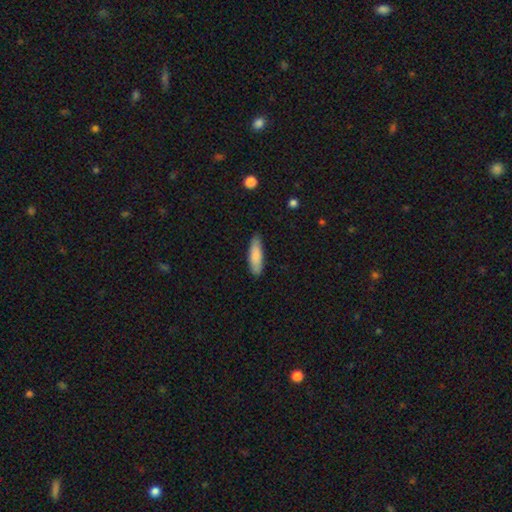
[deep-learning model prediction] smooth_or_featured: smooth (p=0.84) [alt: featured or disk p=0.10]
how_rounded: cigar-shaped (p=0.58) [alt: in between p=0.41]
merging: none (p=0.83) [alt: minor disturbance p=0.13]